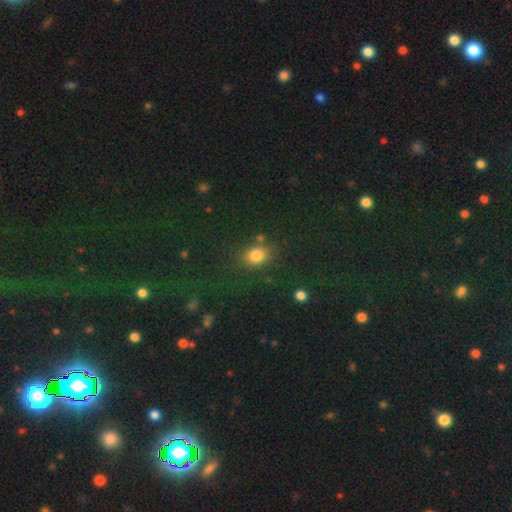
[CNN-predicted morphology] The model was most divided on "how rounded": in between: 54%, round: 44%, cigar-shaped: 1%. More confident: smooth or featured — smooth (80%); merging — none (76%).